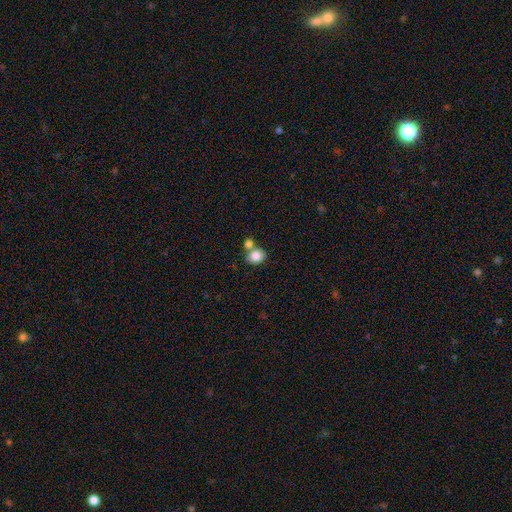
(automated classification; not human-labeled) Morphology: type=smooth (83%); roundness=round (62%); merging=none (50%).